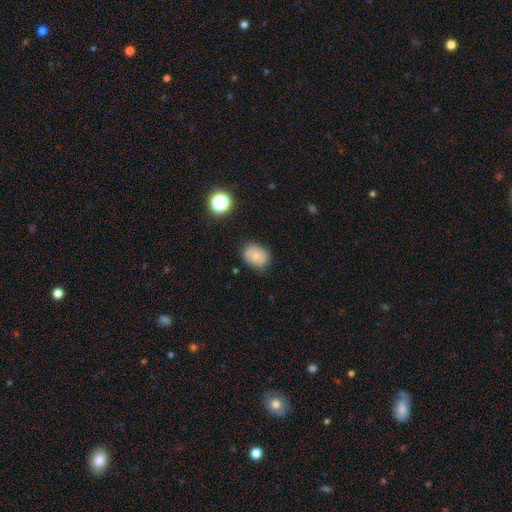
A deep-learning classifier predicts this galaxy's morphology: Overall: smooth (75%). How rounded: in between (61%; round 38%). Merging: none (77%).